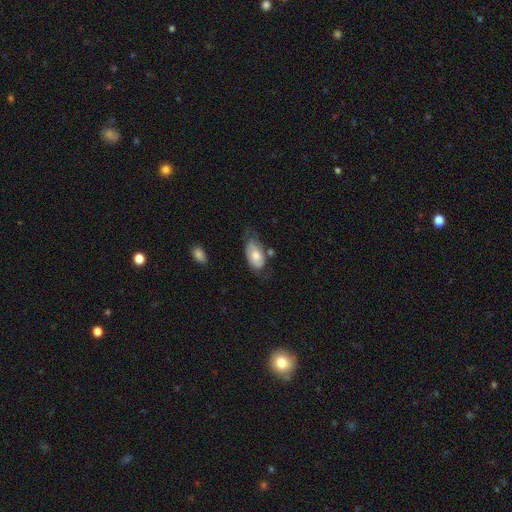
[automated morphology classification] This appears to be a smooth galaxy with no disk features (58%) that is in between round and cigar-shaped (93%). Merging: none (49%).